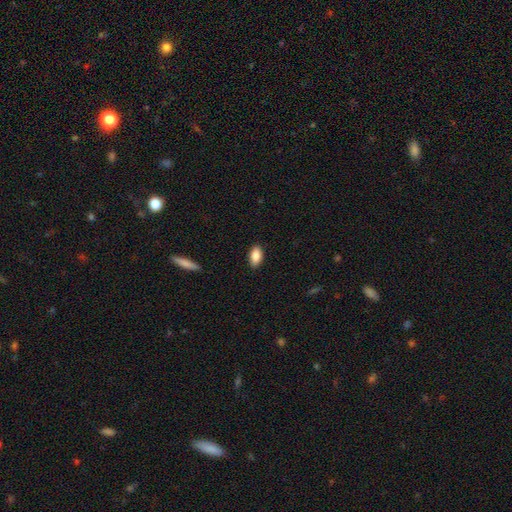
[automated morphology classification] Smooth or featured: smooth — 87% (star or artifact — 7%)
How rounded: in between — 90% (cigar-shaped — 7%)
Merging: none — 88% (minor disturbance — 9%)